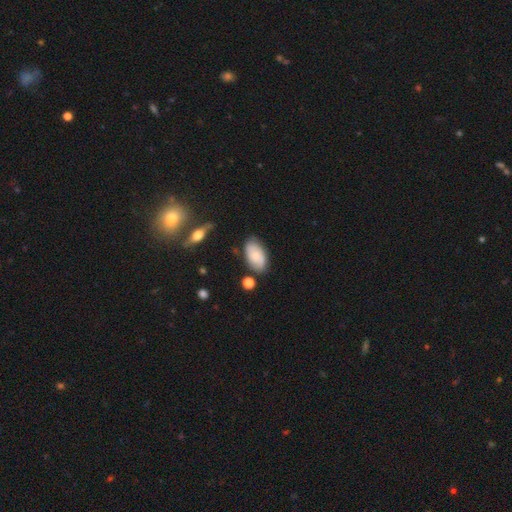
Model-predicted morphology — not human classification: This appears to be a smooth galaxy with no disk features (69%) that is in between round and cigar-shaped (94%). Merging: none (75%).